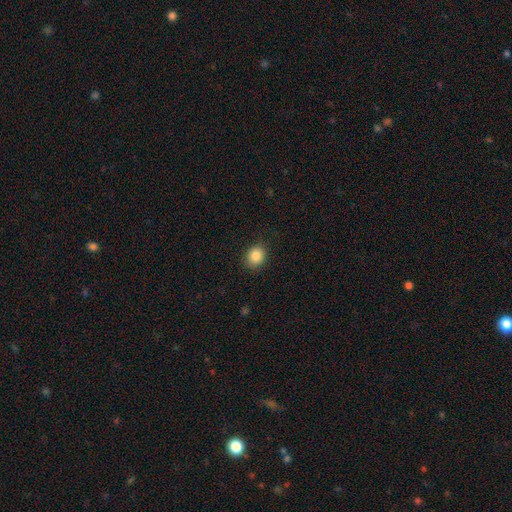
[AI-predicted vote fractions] Overall: smooth (86%). How rounded: round (68%; in between 31%). Merging: none (85%).